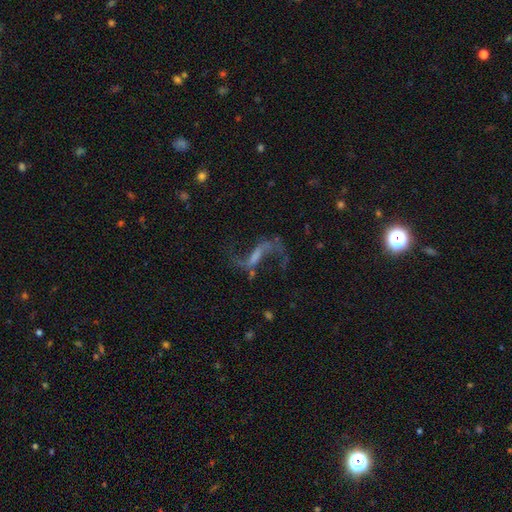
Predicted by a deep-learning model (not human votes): The model was most divided on "bar": strong: 44%, weak: 39%, no: 17%. Remaining: edge-on disk — no (94%); spiral arms — yes (92%); spiral arm count — 2 (91%); spiral winding — loose (87%); smooth or featured — featured or disk (81%); merging — none (62%); bulge size — none (49%).